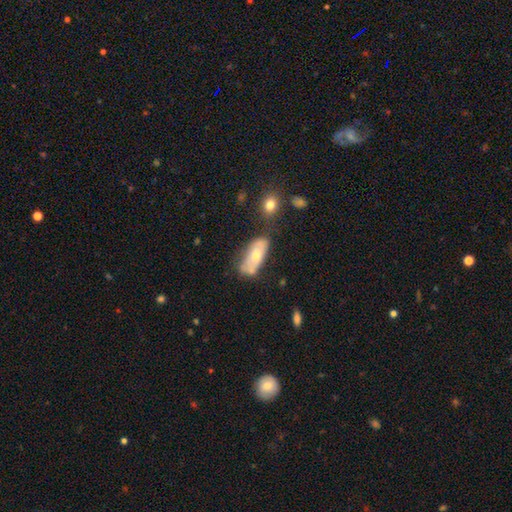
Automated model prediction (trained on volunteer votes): A smooth galaxy with no disk features (53%) that is in between round and cigar-shaped (84%).

Vote fractions:
- Smooth or featured? smooth: 53% / featured or disk: 41% / star or artifact: 7%
- How rounded? in between: 84% / cigar-shaped: 13% / round: 3%
- Merging? none: 52% / minor disturbance: 28% / major disturbance: 10% / merger: 10%